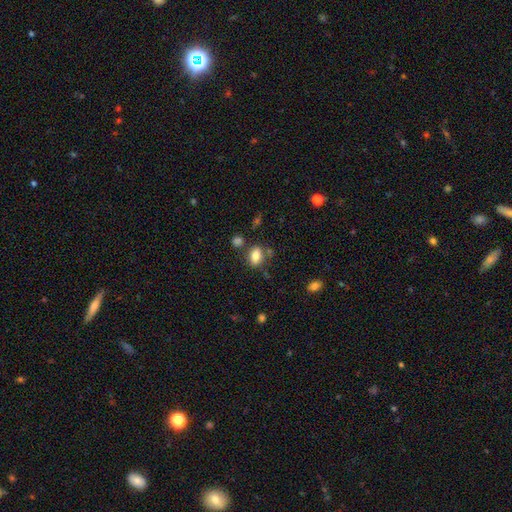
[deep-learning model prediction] Smooth or featured?
  - smooth: 81% *
  - featured or disk: 10%
  - star or artifact: 9%
How rounded?
  - in between: 81% *
  - round: 16%
  - cigar-shaped: 3%
Merging?
  - none: 72% *
  - minor disturbance: 14%
  - merger: 10%
  - major disturbance: 4%